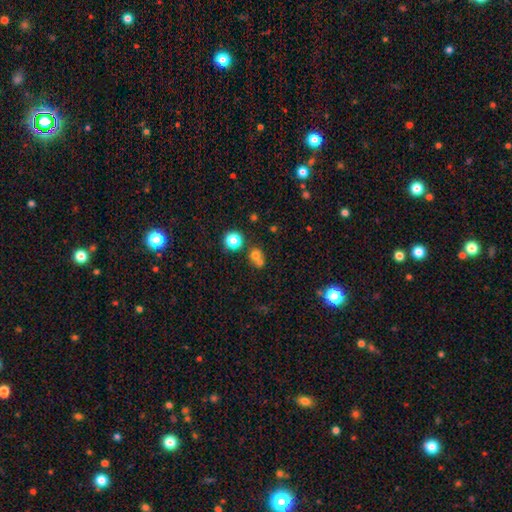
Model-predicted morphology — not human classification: The model was most divided on "merging": merger: 48%, none: 42%, minor disturbance: 7%, major disturbance: 4%. More confident: how rounded — round (78%); smooth or featured — smooth (68%).